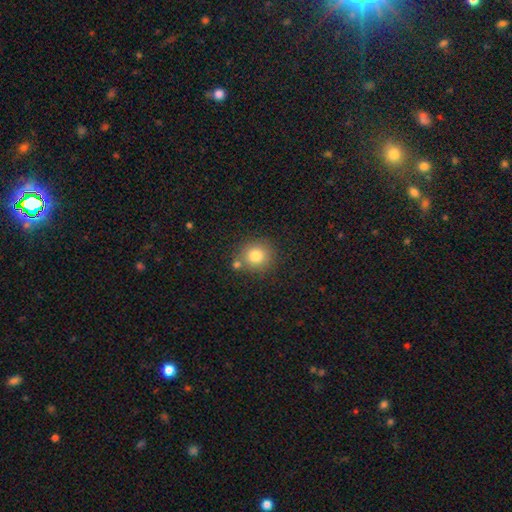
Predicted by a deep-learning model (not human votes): smooth-or-featured: smooth: 81% | star or artifact: 11% | featured or disk: 8%
  how-rounded: round: 88% | in between: 11% | cigar-shaped: 1%
  merging: none: 73% | merger: 13% | minor disturbance: 10% | major disturbance: 3%